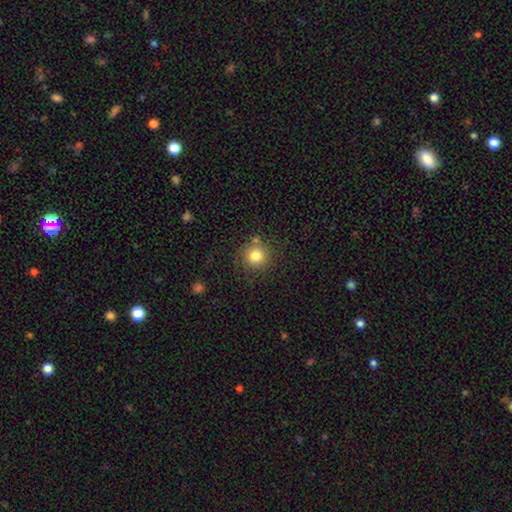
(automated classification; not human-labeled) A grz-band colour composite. It shows a smooth galaxy with no disk features (80%) that is round (94%). Merging: none (79%).